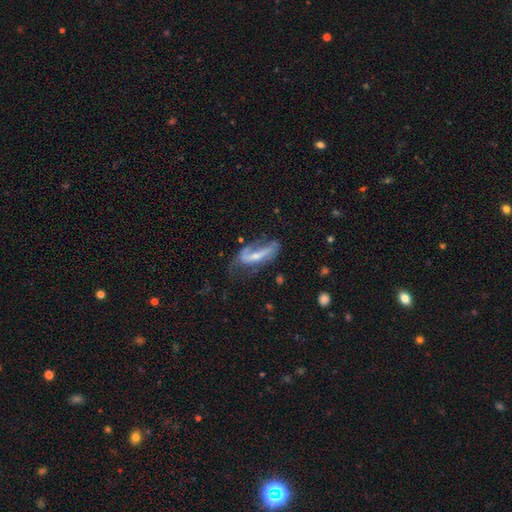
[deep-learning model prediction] This is likely a featured or disk galaxy (62%). It is clearly not viewed edge-on (81%). Bar: marginally strong (39%). Spiral arm pattern: likely yes (68%). Central bulge: possibly small (53%). Merging: marginally major disturbance (36%).